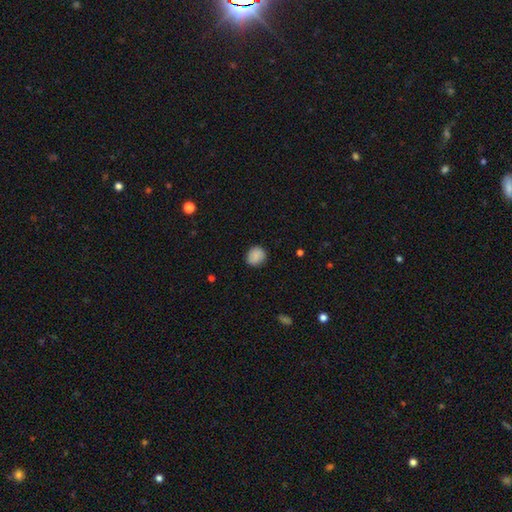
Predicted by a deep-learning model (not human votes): Overall: smooth (86%). How rounded: round (78%). Merging: none (84%).